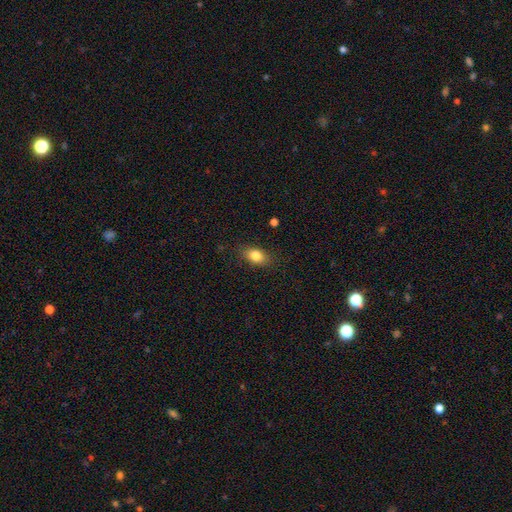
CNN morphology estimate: Smooth or featured? Predicted: smooth (p=0.82). How rounded? Predicted: in between (p=0.81). Merging? Predicted: none (p=0.84).